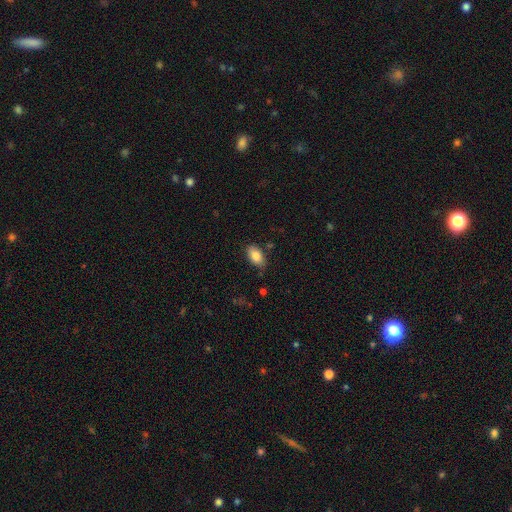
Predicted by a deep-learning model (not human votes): This appears to be a smooth galaxy with no disk features (84%) that is in between round and cigar-shaped (93%). Merging: none (79%).